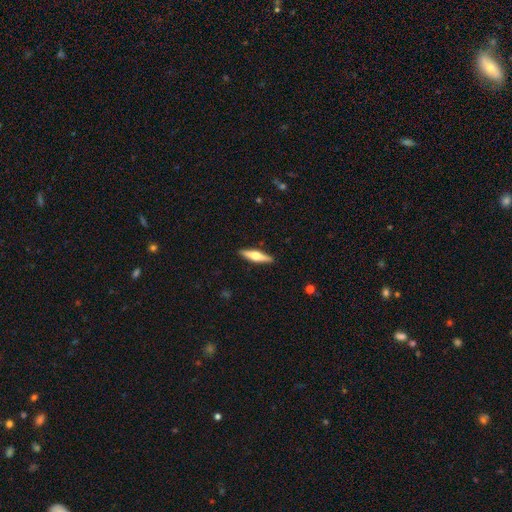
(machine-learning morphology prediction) Smooth or featured?
  - featured or disk: 54% *
  - smooth: 41%
  - star or artifact: 5%
Edge-on disk?
  - yes: 95% *
  - no: 5%
Edge-on bulge?
  - rounded: 93% *
  - boxy: 4%
  - none: 3%
Merging?
  - none: 91% *
  - minor disturbance: 7%
  - major disturbance: 1%
  - merger: 1%